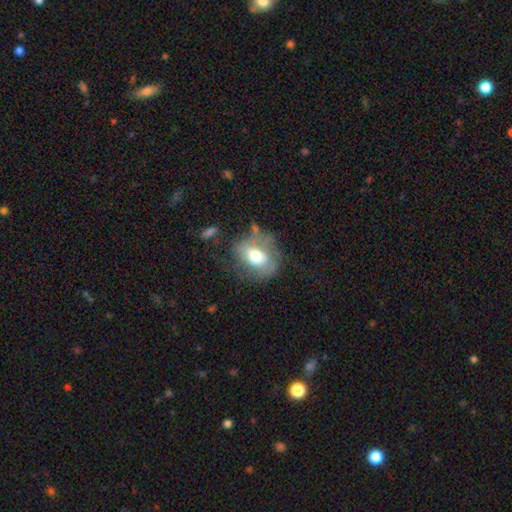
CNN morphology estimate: A smooth galaxy with no disk features (60%) that is in between round and cigar-shaped (56%). Merging: none (51%).